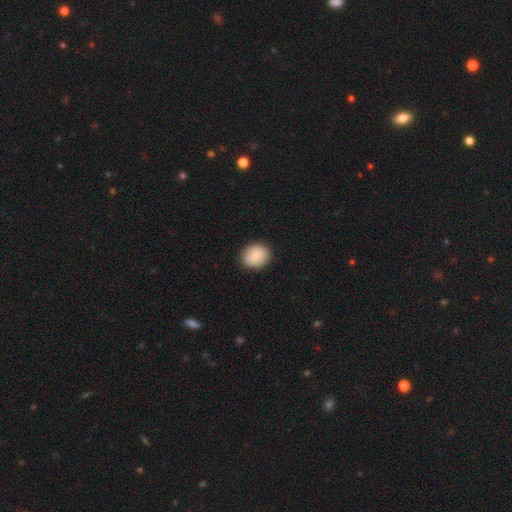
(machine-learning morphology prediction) smooth-or-featured: smooth: 83% | featured or disk: 10% | star or artifact: 7%
  how-rounded: round: 73% | in between: 26% | cigar-shaped: 1%
  merging: none: 89% | minor disturbance: 8% | major disturbance: 2% | merger: 1%